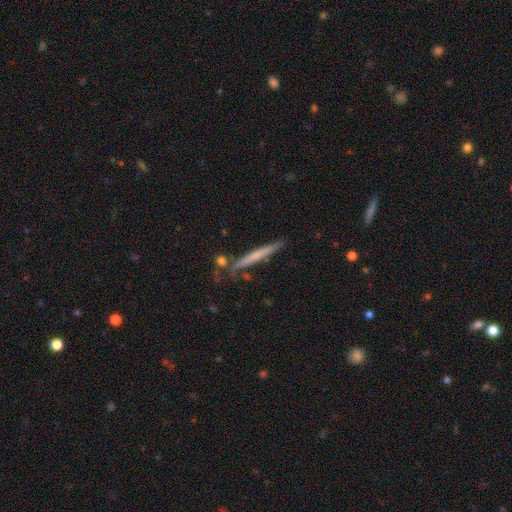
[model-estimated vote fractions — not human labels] featured or disk 49%, smooth 44%, star or artifact 6%. Down the decision tree: merging — none (78%).